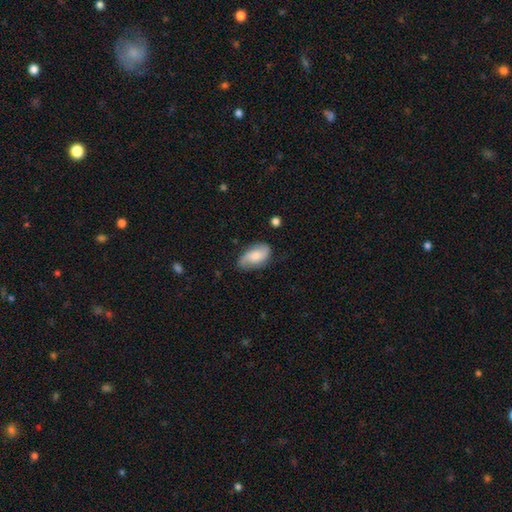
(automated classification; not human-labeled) A smooth galaxy with no disk features (48%). Merging: none (71%).